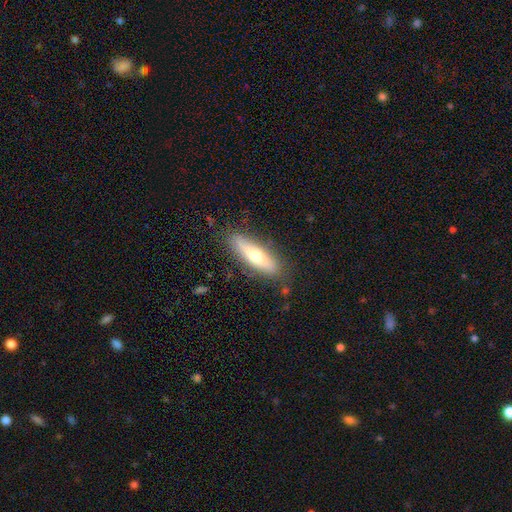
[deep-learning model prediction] This appears to be a smooth galaxy with no disk features (56%) that is cigar-shaped (58%). Merging: none (81%).